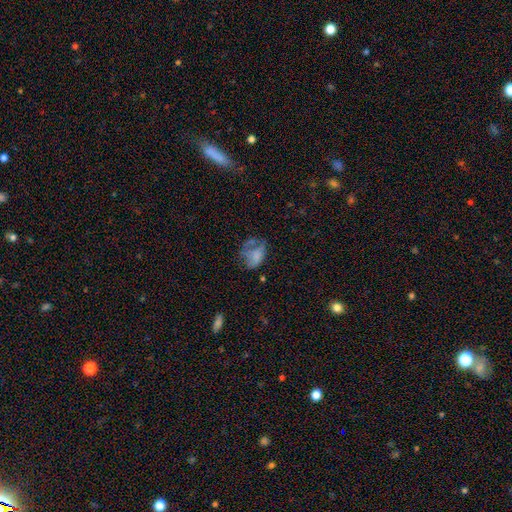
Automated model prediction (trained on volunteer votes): This appears to be a smooth galaxy with no disk features (56%) that is in between round and cigar-shaped (79%). Merging: major disturbance (36%).